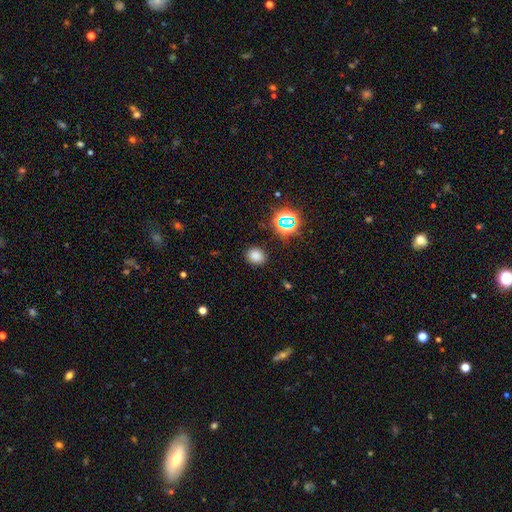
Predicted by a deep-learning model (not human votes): Smooth or featured? Predicted: smooth (p=0.76). How rounded? Predicted: round (p=0.60). Merging? Predicted: none (p=0.87).